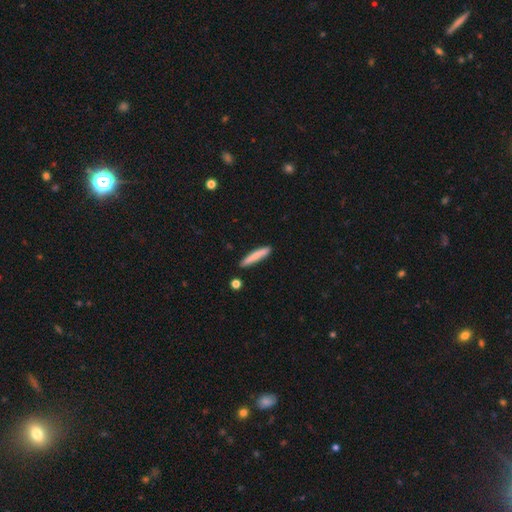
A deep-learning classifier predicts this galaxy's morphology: Smooth or featured? Predicted: smooth (p=0.78). How rounded? Predicted: cigar-shaped (p=0.92). Merging? Predicted: none (p=0.87).